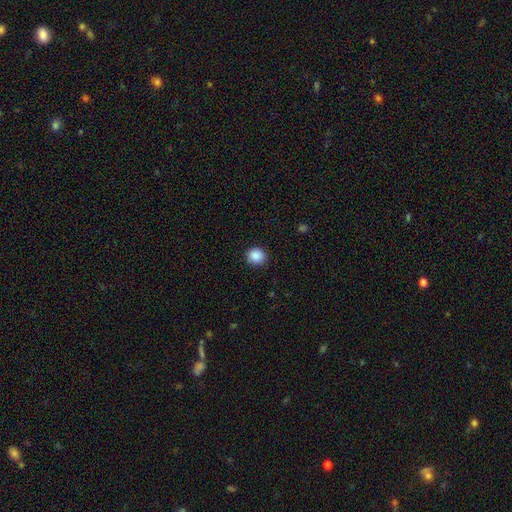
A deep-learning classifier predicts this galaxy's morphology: Smooth or featured? smooth (88%)
How rounded? round (89%)
Merging? none (89%)